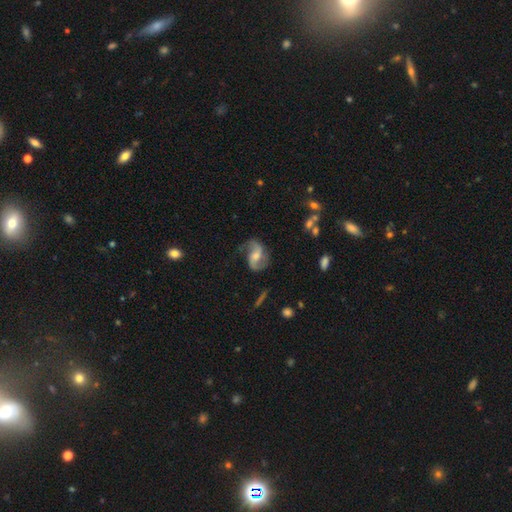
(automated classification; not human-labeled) This is likely a featured or disk galaxy (80%). It is clearly not viewed edge-on (97%). Bar: marginally weak (45%). Spiral arm pattern: clearly yes (94%). Spiral arm count: clearly 2 (89%). Spiral winding: possibly loose (56%). Central bulge: possibly moderate (52%). Merging: likely none (65%).